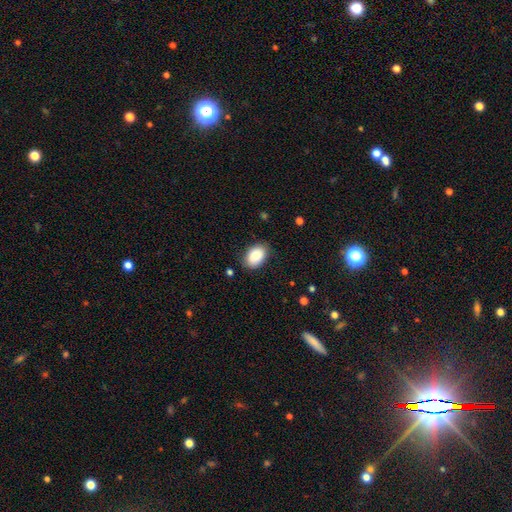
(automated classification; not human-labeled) Smooth or featured?
  - smooth: 88% *
  - star or artifact: 7%
  - featured or disk: 5%
How rounded?
  - in between: 88% *
  - round: 11%
  - cigar-shaped: 1%
Merging?
  - none: 81% *
  - minor disturbance: 15%
  - major disturbance: 3%
  - merger: 1%